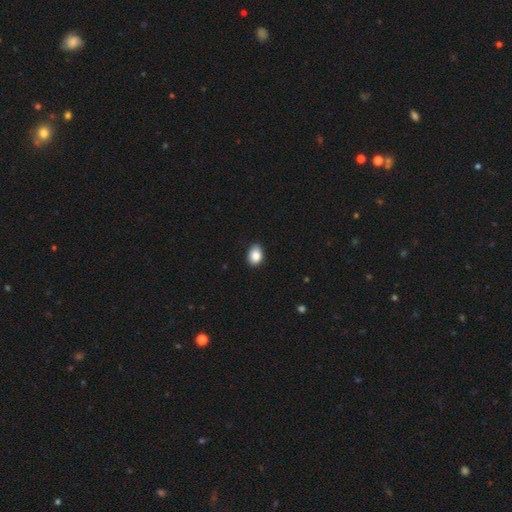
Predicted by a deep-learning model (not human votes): smooth 88%, star or artifact 8%, featured or disk 4%. Down the decision tree: how rounded — in between (79%); merging — none (87%).